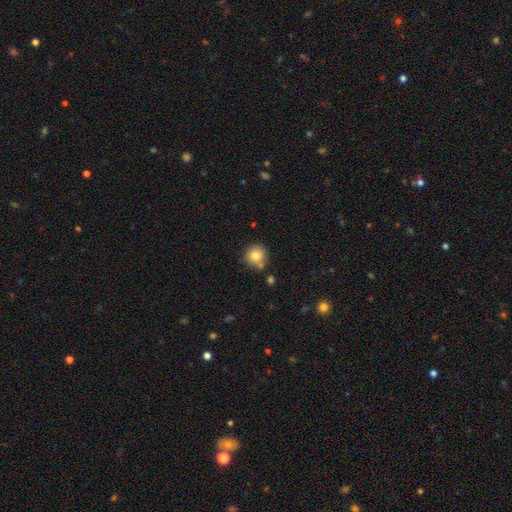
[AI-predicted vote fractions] Smooth or featured? Predicted: smooth (p=0.82). How rounded? Predicted: round (p=0.93). Merging? Predicted: none (p=0.77).